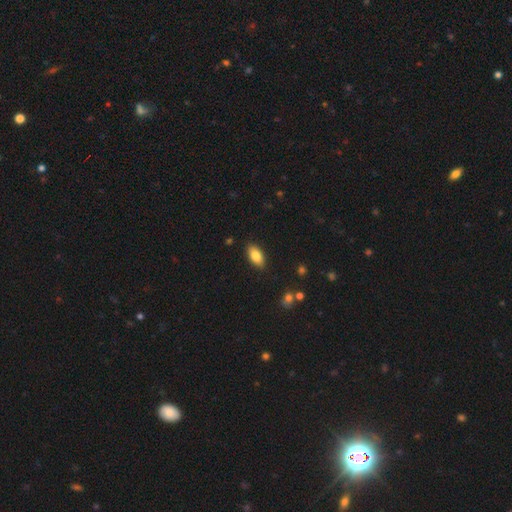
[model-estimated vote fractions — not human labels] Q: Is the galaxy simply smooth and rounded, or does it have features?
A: smooth — 83%.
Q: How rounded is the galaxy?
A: in between — 91%.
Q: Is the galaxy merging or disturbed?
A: none — 88%.